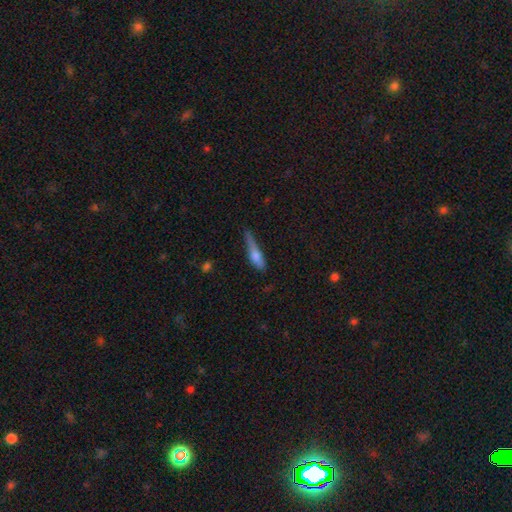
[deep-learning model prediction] The model was most divided on "merging": minor disturbance: 38%, none: 35%, major disturbance: 22%, merger: 5%. More confident: how rounded — cigar-shaped (71%); smooth or featured — smooth (63%).